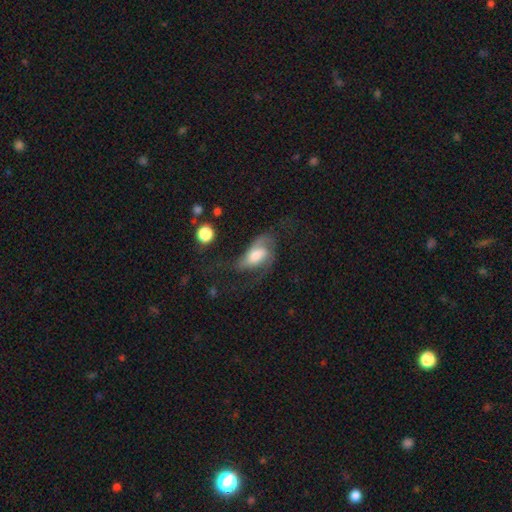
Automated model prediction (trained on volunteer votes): A featured or disk galaxy (55%) with no bar (53%), spiral arms (82%) and a moderate central bulge (49%). Merging: major disturbance (40%).